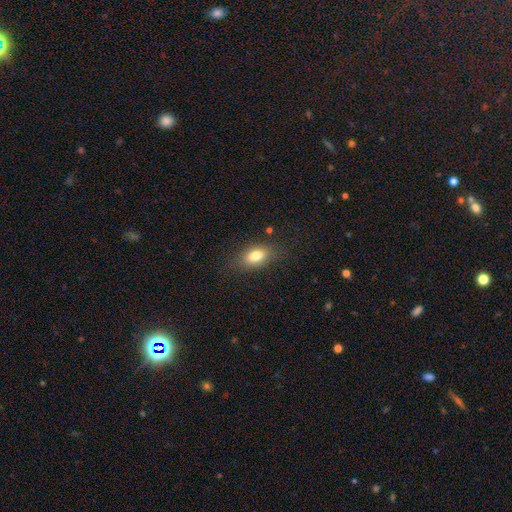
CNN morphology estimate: smooth 79%, featured or disk 11%, star or artifact 9%. Down the decision tree: how rounded — in between (84%); merging — none (79%).